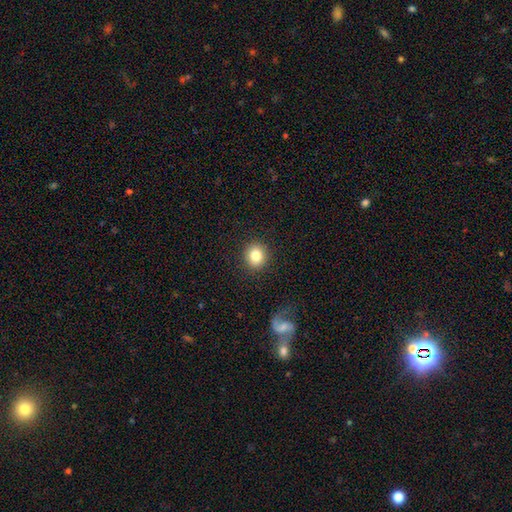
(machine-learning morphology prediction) A smooth galaxy with no disk features (82%) that is round (81%).

Vote fractions:
- Smooth or featured? smooth: 82% / star or artifact: 10% / featured or disk: 8%
- How rounded? round: 81% / in between: 18% / cigar-shaped: 1%
- Merging? none: 90% / minor disturbance: 6% / major disturbance: 3% / merger: 1%